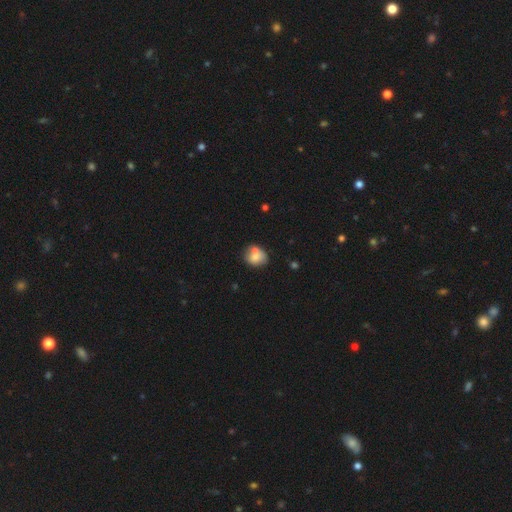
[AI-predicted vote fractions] Overall: smooth (72%). How rounded: round (66%; in between 33%). Merging: none (47%; merger 30%).